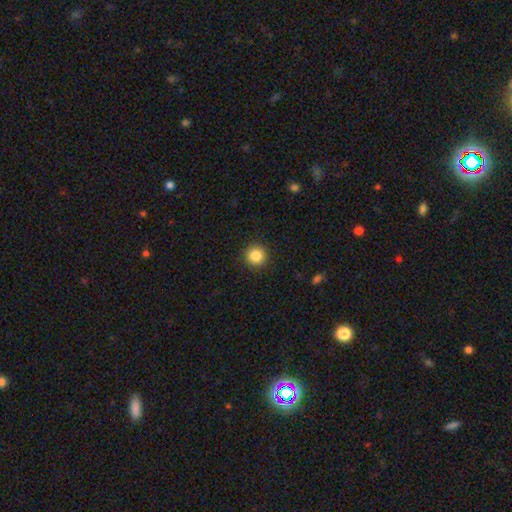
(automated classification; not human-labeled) smooth 86%, star or artifact 10%, featured or disk 4%. Down the decision tree: how rounded — round (95%); merging — none (92%).